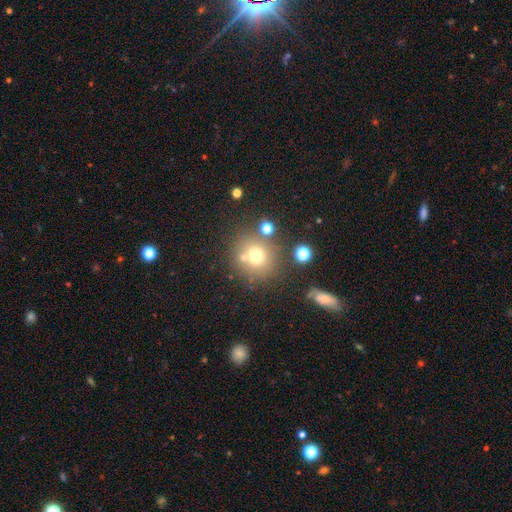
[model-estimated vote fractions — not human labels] This is likely a smooth galaxy (68%). How rounded: clearly round (89%). Merging: likely none (70%).